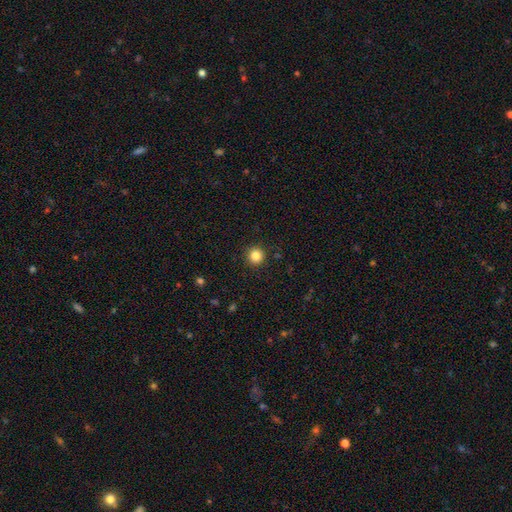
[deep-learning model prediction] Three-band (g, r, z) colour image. It shows a smooth galaxy with no disk features (84%) that is round (95%). Merging: none (92%).